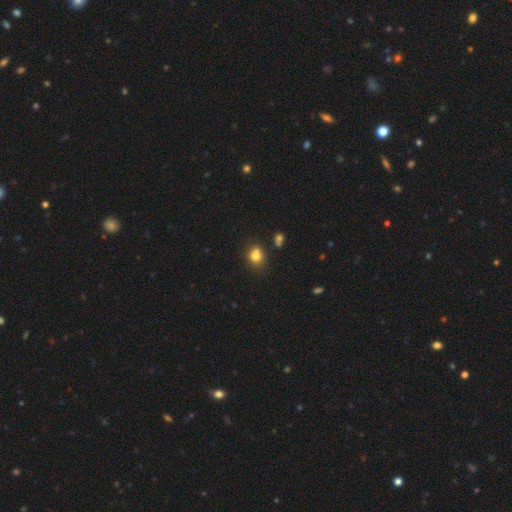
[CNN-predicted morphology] The model was most divided on "how rounded": round: 64%, in between: 35%, cigar-shaped: 1%. More confident: smooth or featured — smooth (76%); merging — none (59%).